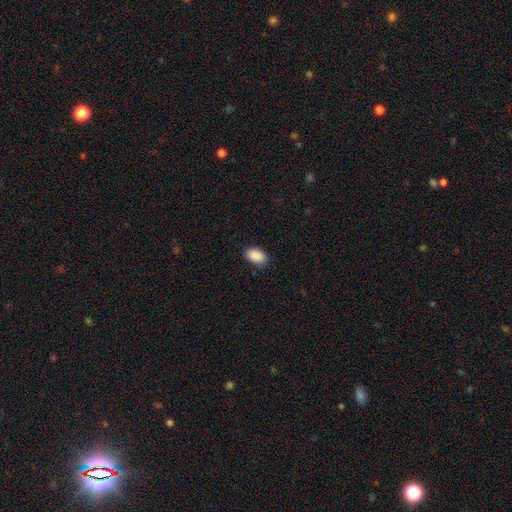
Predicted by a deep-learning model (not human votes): Morphology: type=smooth (90%); roundness=in between (91%); merging=none (86%).